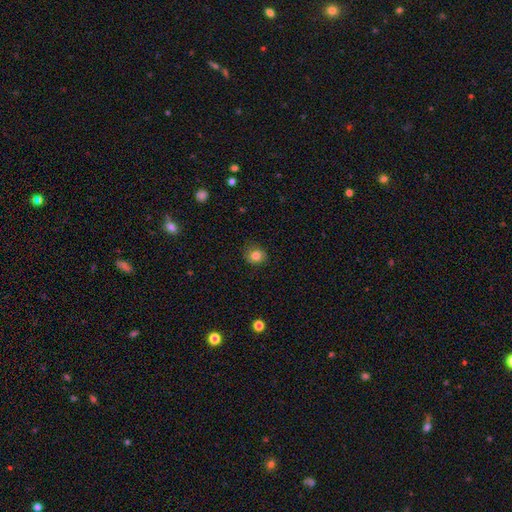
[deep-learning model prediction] Q: Smooth or featured?
A: smooth (82%); runner-up: star or artifact (11%)
Q: How rounded?
A: round (76%); runner-up: in between (23%)
Q: Merging?
A: none (80%); runner-up: minor disturbance (15%)